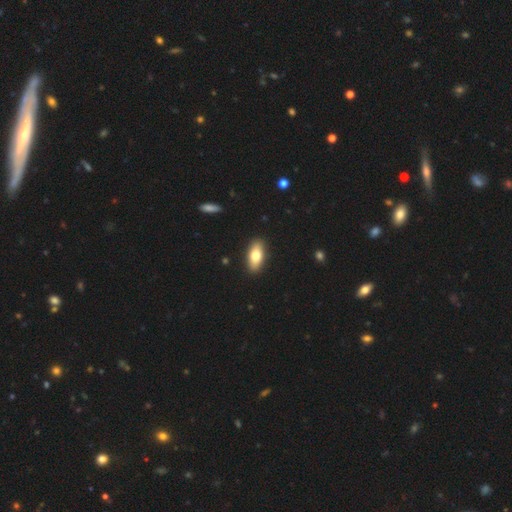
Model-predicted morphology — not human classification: type=smooth (76%); roundness=in between (83%); merging=none (90%).